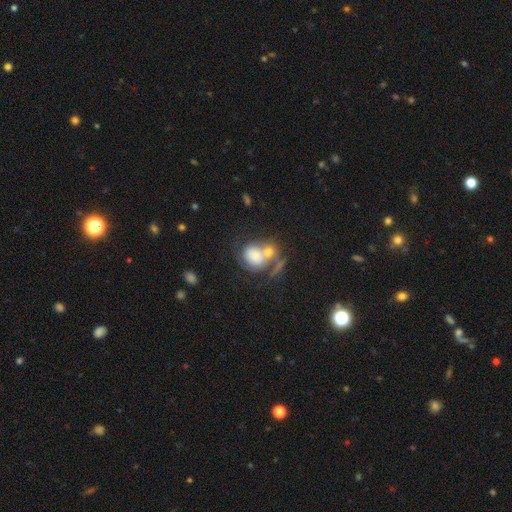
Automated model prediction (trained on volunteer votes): A smooth galaxy with no disk features (57%) that is round (59%). Merging: merger (46%).